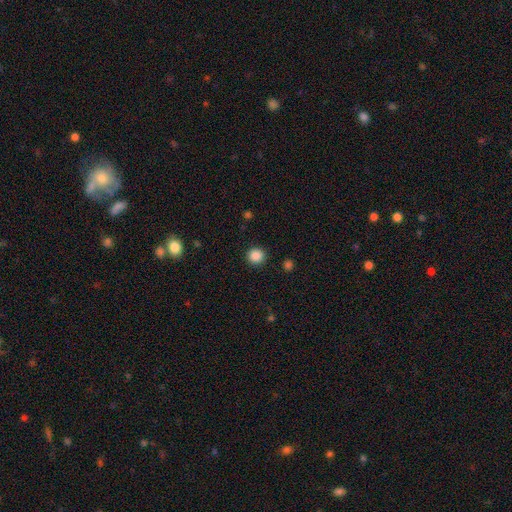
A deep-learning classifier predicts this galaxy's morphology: Overall: smooth (87%). How rounded: round (93%). Merging: none (91%).